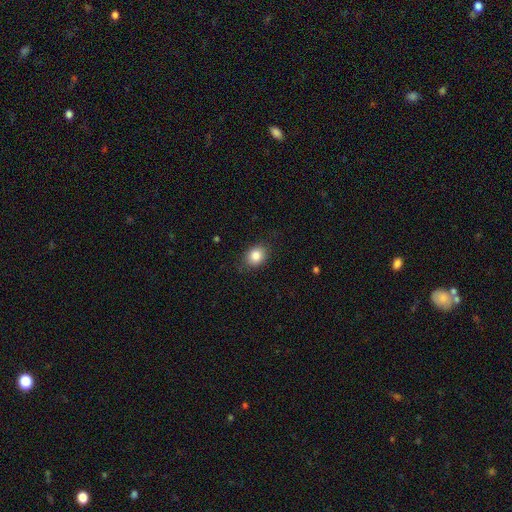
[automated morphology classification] Smooth or featured: smooth — 85% (star or artifact — 9%)
How rounded: in between — 54% (round — 45%)
Merging: none — 84% (minor disturbance — 12%)